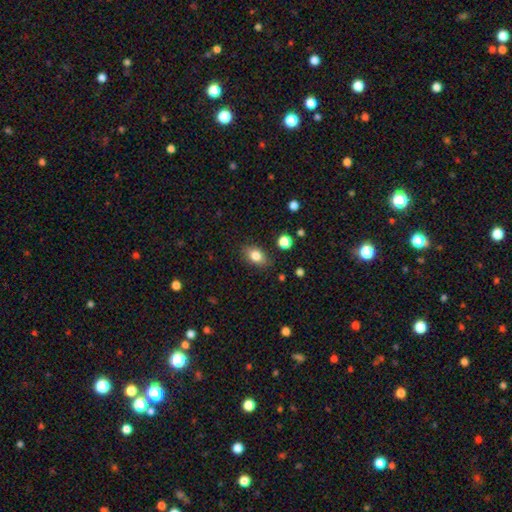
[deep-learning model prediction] The model was most divided on "how rounded": in between: 82%, round: 15%, cigar-shaped: 3%. More confident: merging — none (84%); smooth or featured — smooth (81%).